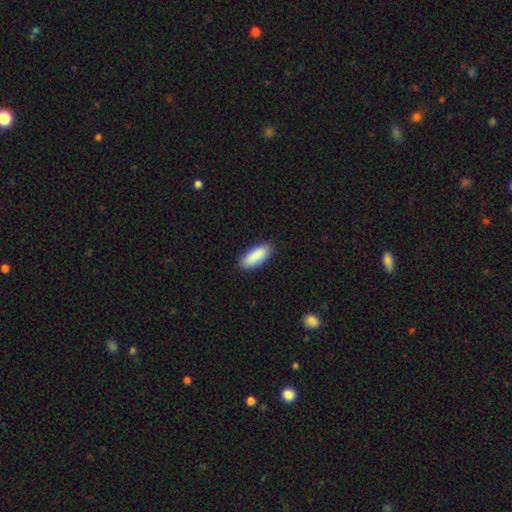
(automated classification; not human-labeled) smooth-or-featured: smooth: 89% | star or artifact: 6% | featured or disk: 5%
  how-rounded: in between: 79% | cigar-shaped: 19% | round: 2%
  merging: none: 87% | minor disturbance: 10% | major disturbance: 2% | merger: 1%